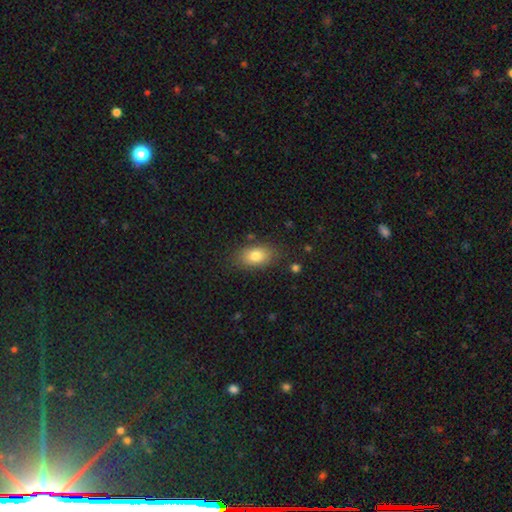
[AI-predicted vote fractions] Smooth or featured? Predicted: smooth (p=0.81). How rounded? Predicted: in between (p=0.86). Merging? Predicted: none (p=0.82).